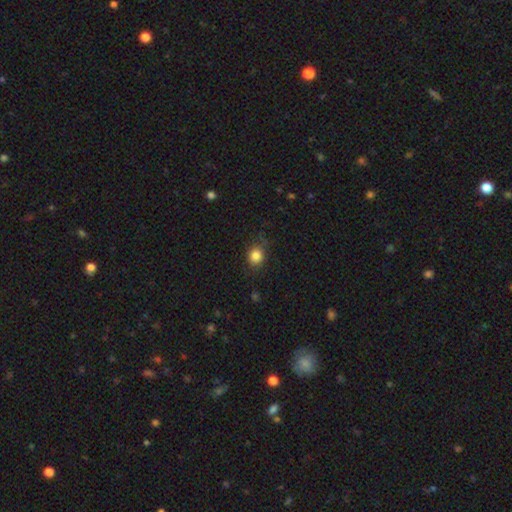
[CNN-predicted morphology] smooth 84%, star or artifact 11%, featured or disk 5%. Down the decision tree: how rounded — round (72%); merging — none (80%).